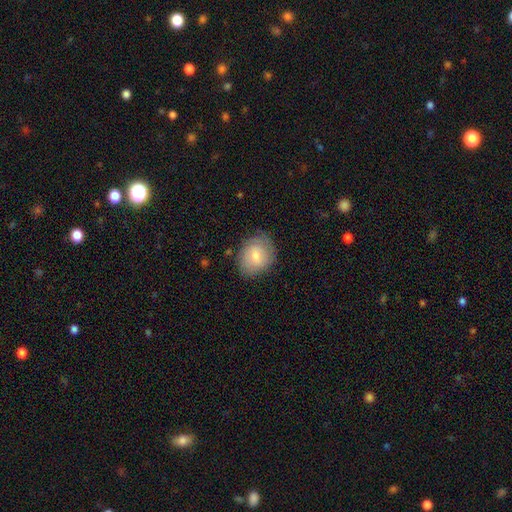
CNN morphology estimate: This is likely a smooth galaxy (67%). How rounded: possibly round (51%). Merging: likely none (73%).